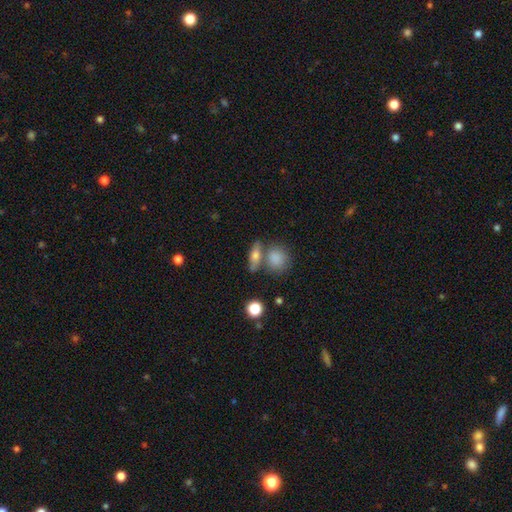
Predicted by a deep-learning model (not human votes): This is likely a smooth galaxy (66%). How rounded: possibly in between (49%). Merging: likely none (64%).